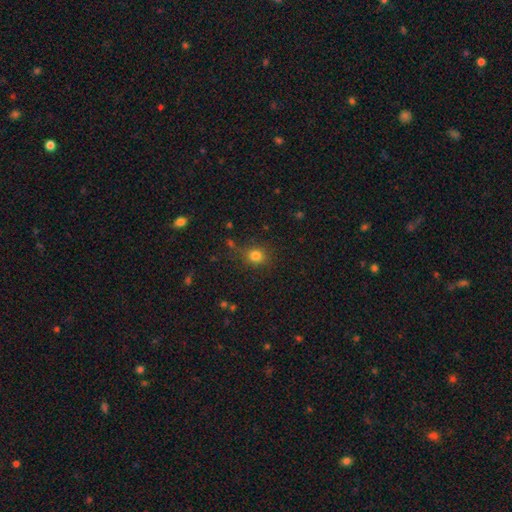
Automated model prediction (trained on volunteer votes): smooth_or_featured: smooth (p=0.79) [alt: star or artifact p=0.15]
how_rounded: round (p=0.79) [alt: in between p=0.20]
merging: none (p=0.81) [alt: minor disturbance p=0.12]